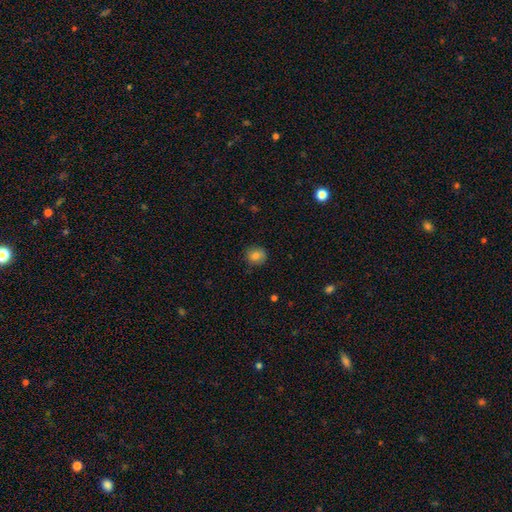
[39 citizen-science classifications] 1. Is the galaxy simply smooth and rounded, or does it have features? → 72% smooth, 21% featured or disk, 8% star or artifact.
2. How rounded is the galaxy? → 82% round, 18% in between, 0% cigar-shaped.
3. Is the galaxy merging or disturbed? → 92% none, 6% minor disturbance, 3% major disturbance, 0% merger.